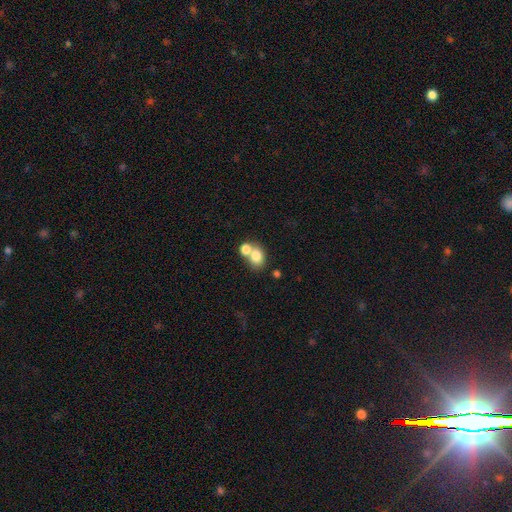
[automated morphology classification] Smooth or featured? smooth (79%)
How rounded? in between (52%)
Merging? merger (53%)